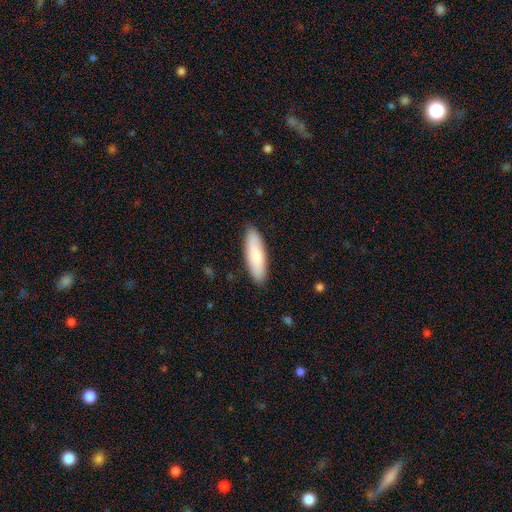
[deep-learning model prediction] smooth_or_featured: smooth (p=0.80) [alt: featured or disk p=0.15]
how_rounded: cigar-shaped (p=0.52) [alt: in between p=0.47]
merging: none (p=0.88) [alt: minor disturbance p=0.09]